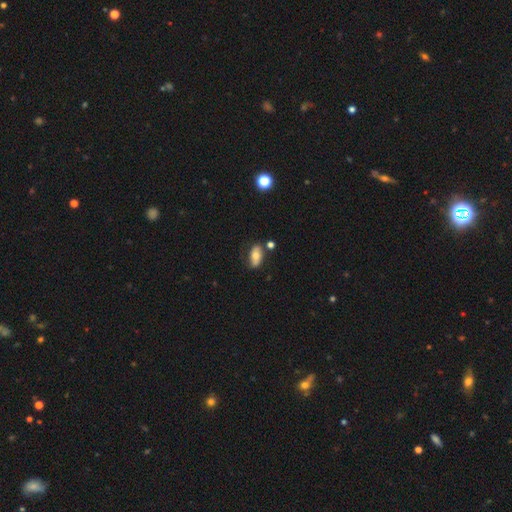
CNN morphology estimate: smooth_or_featured: smooth (p=0.69) [alt: featured or disk p=0.22]
how_rounded: in between (p=0.89) [alt: cigar-shaped p=0.06]
merging: none (p=0.70) [alt: minor disturbance p=0.19]